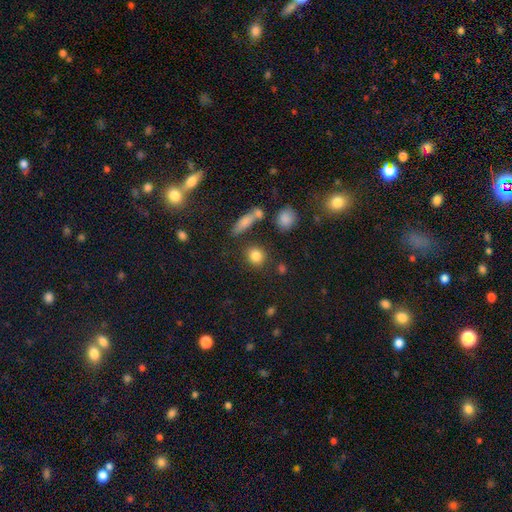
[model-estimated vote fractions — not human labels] Smooth or featured?
  - smooth: 82% *
  - star or artifact: 11%
  - featured or disk: 7%
How rounded?
  - round: 79% *
  - in between: 19%
  - cigar-shaped: 3%
Merging?
  - none: 80% *
  - minor disturbance: 10%
  - merger: 6%
  - major disturbance: 4%